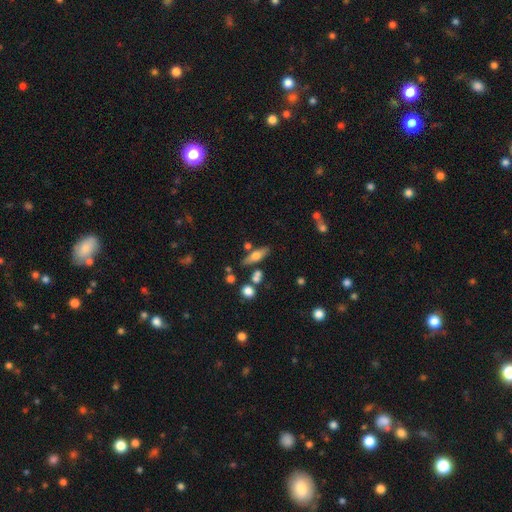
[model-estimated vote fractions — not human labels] Overall: smooth (54%; featured or disk 38%). How rounded: cigar-shaped (52%; in between 44%). Merging: none (72%).